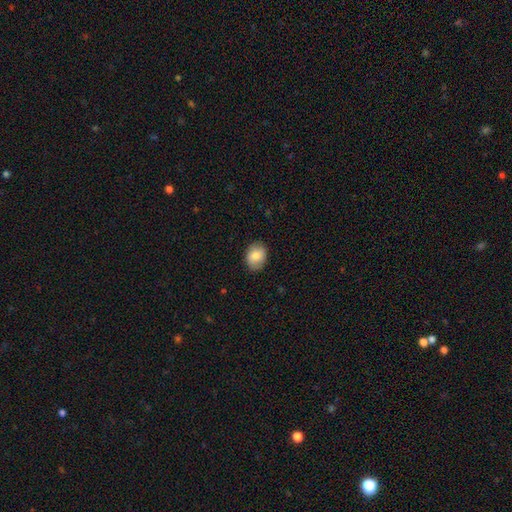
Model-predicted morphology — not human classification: Smooth or featured? Predicted: smooth (p=0.84). How rounded? Predicted: in between (p=0.57). Merging? Predicted: none (p=0.85).